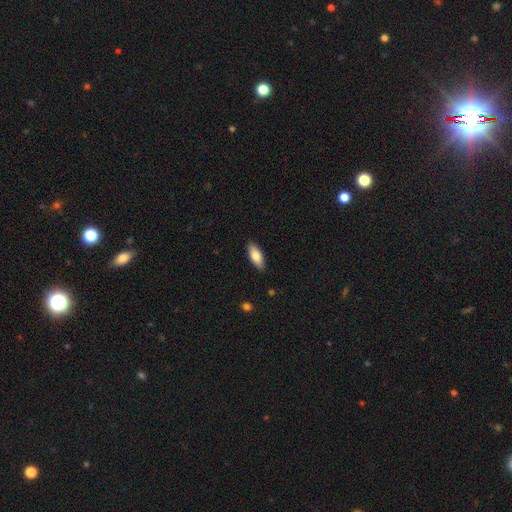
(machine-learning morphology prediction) Smooth or featured? Predicted: smooth (p=0.81). How rounded? Predicted: in between (p=0.79). Merging? Predicted: none (p=0.88).